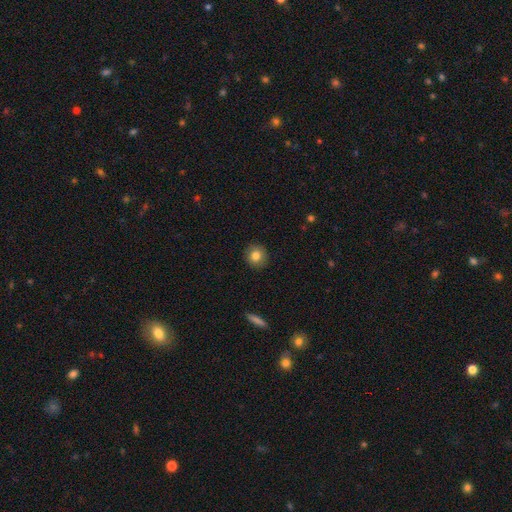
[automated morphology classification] smooth 82%, star or artifact 9%, featured or disk 9%. Down the decision tree: how rounded — round (92%); merging — none (91%).